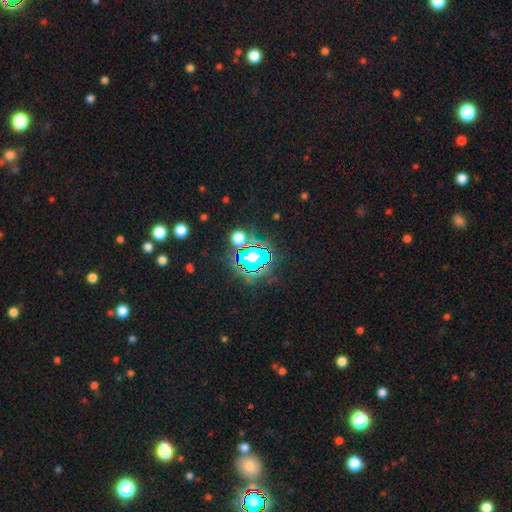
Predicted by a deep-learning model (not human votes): smooth-or-featured: star or artifact: 62% | smooth: 24% | featured or disk: 14%